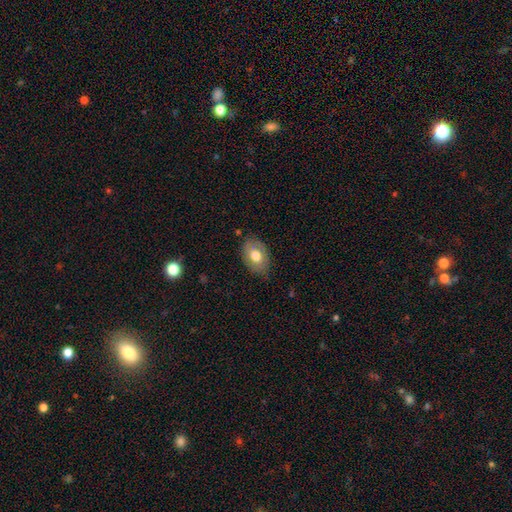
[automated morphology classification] smooth-or-featured: smooth: 64% | featured or disk: 29% | star or artifact: 7%
  how-rounded: in between: 84% | round: 15% | cigar-shaped: 1%
  merging: none: 77% | minor disturbance: 18% | major disturbance: 4% | merger: 1%